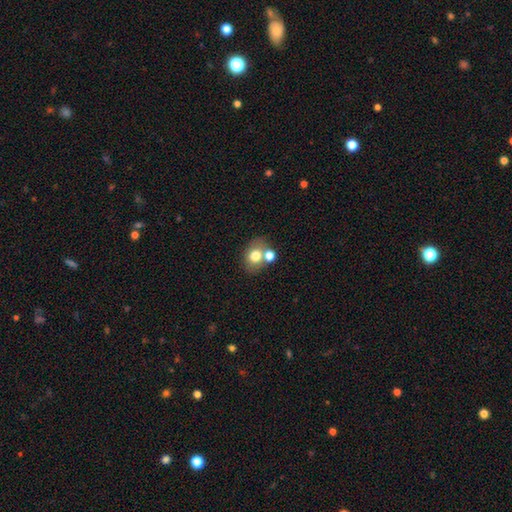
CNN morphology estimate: smooth_or_featured: smooth (p=0.73) [alt: featured or disk p=0.16]
how_rounded: round (p=0.54) [alt: in between p=0.45]
merging: none (p=0.55) [alt: merger p=0.31]